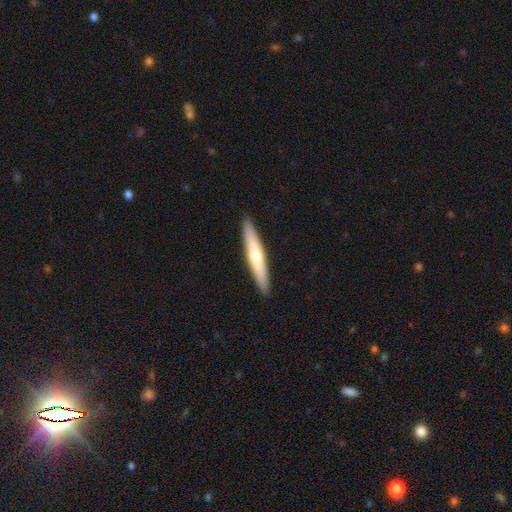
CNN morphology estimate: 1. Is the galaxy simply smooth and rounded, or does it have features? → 50% smooth, 45% featured or disk, 5% star or artifact.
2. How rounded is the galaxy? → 92% cigar-shaped, 7% in between, 1% round.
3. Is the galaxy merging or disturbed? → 92% none, 6% minor disturbance, 1% major disturbance, 1% merger.